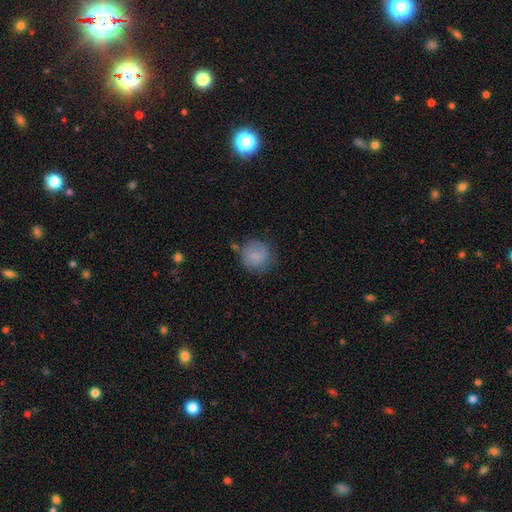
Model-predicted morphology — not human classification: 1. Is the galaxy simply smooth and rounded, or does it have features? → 78% smooth, 14% featured or disk, 8% star or artifact.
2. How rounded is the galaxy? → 86% round, 13% in between, 1% cigar-shaped.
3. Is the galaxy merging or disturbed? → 66% none, 21% minor disturbance, 8% major disturbance, 4% merger.